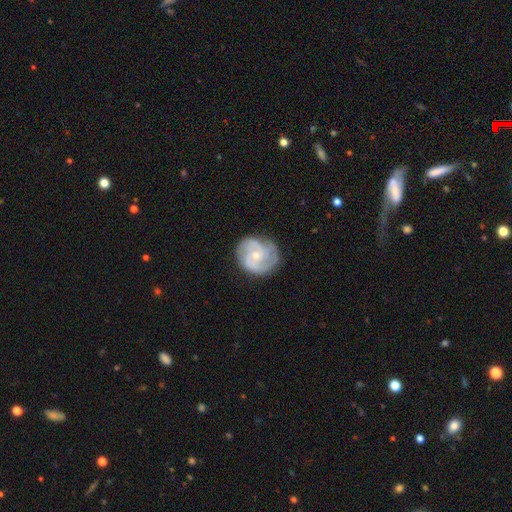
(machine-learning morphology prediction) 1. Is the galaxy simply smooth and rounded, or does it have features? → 79% featured or disk, 16% smooth, 6% star or artifact.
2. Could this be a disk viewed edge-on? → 98% no, 2% yes.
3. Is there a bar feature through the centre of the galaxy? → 67% no, 28% weak, 5% strong.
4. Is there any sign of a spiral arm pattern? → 94% yes, 6% no.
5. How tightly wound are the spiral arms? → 50% tight, 39% medium, 11% loose.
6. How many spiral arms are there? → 39% 3, 25% 2, 19% can't tell, 8% 4, 5% 1, 4% more than 4.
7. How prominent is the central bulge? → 59% small, 37% moderate, 1% none, 1% large, 1% dominant.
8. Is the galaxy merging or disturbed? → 74% none, 18% minor disturbance, 6% major disturbance, 1% merger.